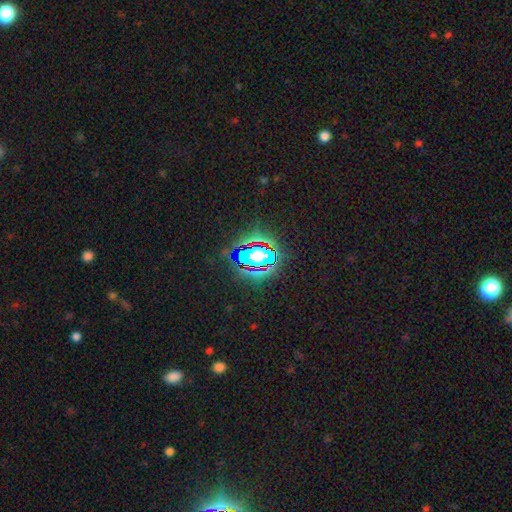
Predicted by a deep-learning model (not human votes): Smooth or featured? star or artifact (65%)